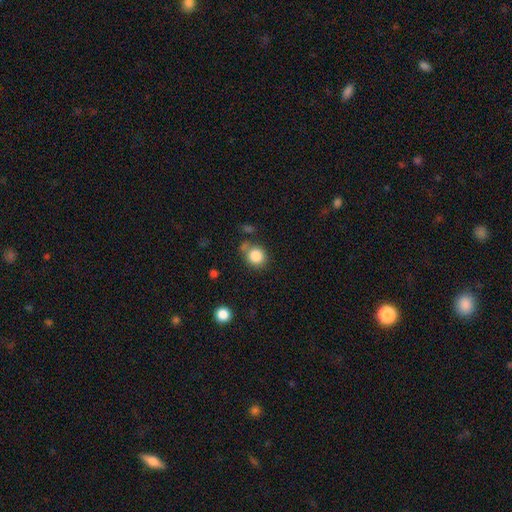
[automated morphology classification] smooth 85%, star or artifact 10%, featured or disk 5%. Down the decision tree: how rounded — round (84%); merging — none (68%).